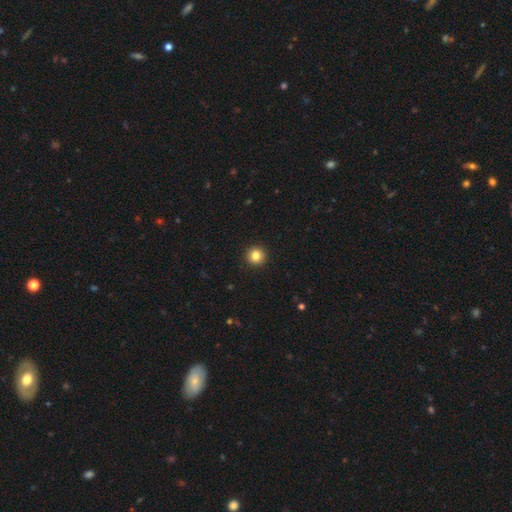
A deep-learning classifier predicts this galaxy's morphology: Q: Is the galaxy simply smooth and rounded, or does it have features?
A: smooth — 84%.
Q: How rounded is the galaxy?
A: round — 96%.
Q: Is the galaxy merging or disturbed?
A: none — 94%.